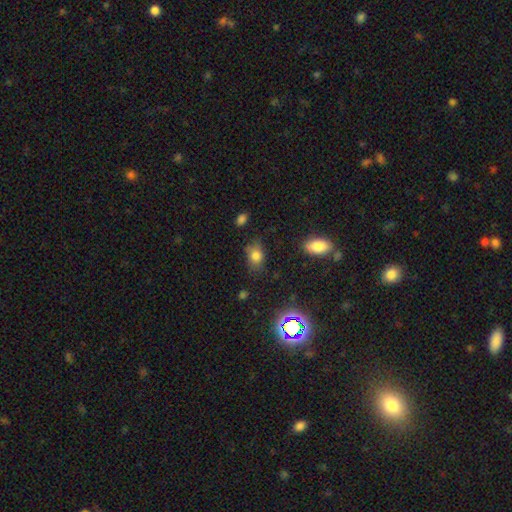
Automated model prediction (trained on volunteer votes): Smooth or featured: smooth — 77% (star or artifact — 14%)
How rounded: in between — 68% (round — 30%)
Merging: none — 68% (minor disturbance — 23%)